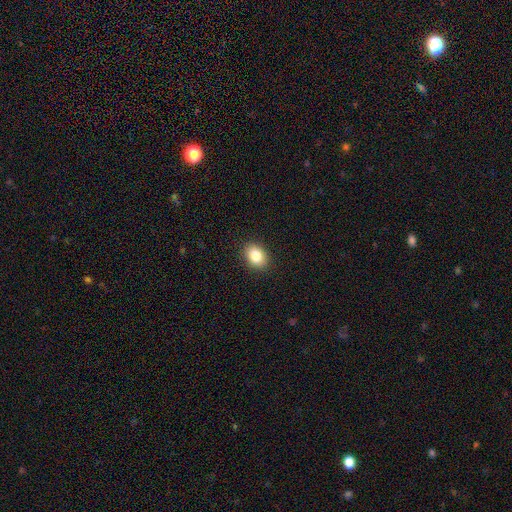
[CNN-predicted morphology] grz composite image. It shows a smooth galaxy with no disk features (85%) that is in between round and cigar-shaped (66%). Merging: none (90%).